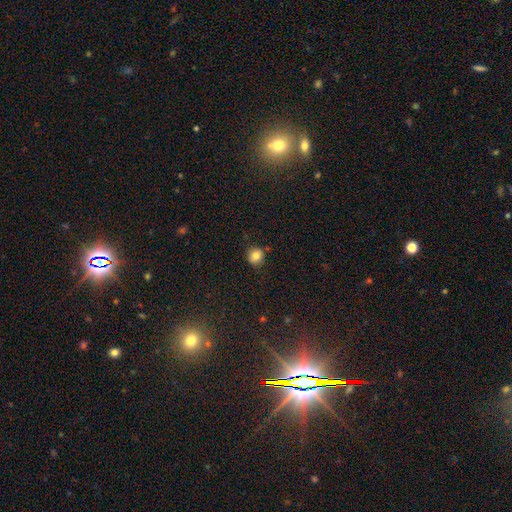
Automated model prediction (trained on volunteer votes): smooth_or_featured: smooth (p=0.82) [alt: star or artifact p=0.11]
how_rounded: round (p=0.89) [alt: in between p=0.10]
merging: none (p=0.84) [alt: minor disturbance p=0.12]